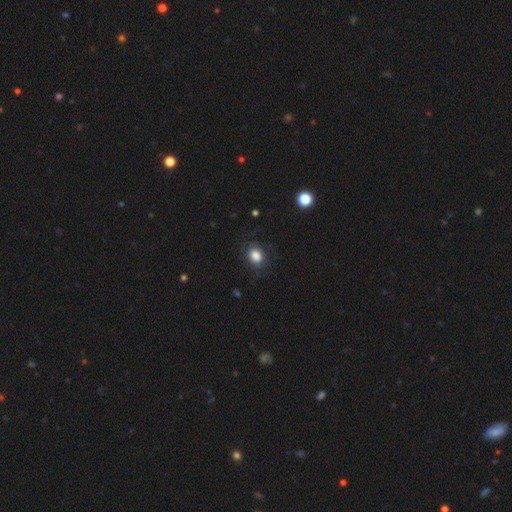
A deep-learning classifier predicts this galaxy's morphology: Q: Smooth or featured?
A: smooth (84%); runner-up: star or artifact (10%)
Q: How rounded?
A: round (54%); runner-up: in between (45%)
Q: Merging?
A: none (81%); runner-up: minor disturbance (13%)